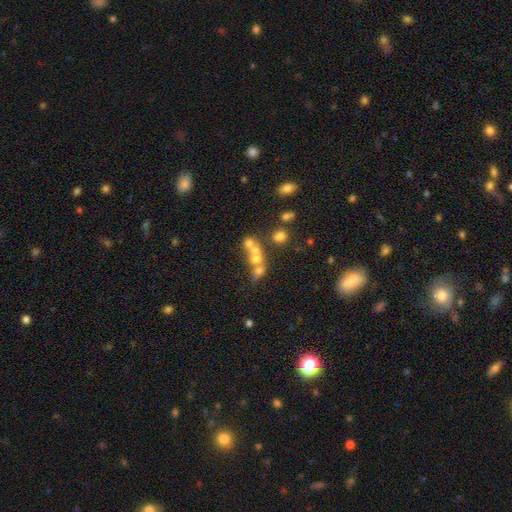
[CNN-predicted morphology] Smooth or featured? Predicted: smooth (p=0.52). How rounded? Predicted: round (p=0.69). Merging? Predicted: merger (p=0.56).